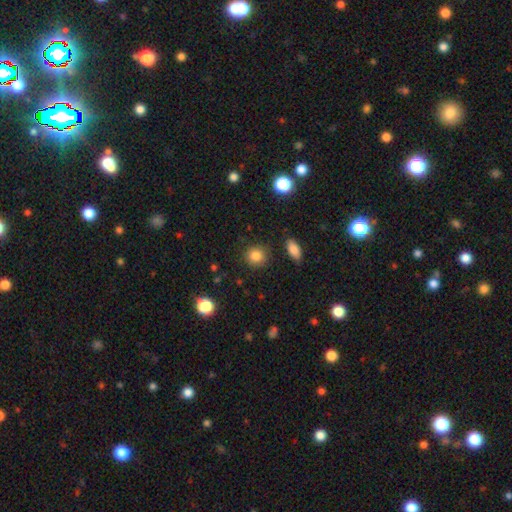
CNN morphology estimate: This is clearly a smooth galaxy (84%). How rounded: clearly round (87%). Merging: clearly none (87%).